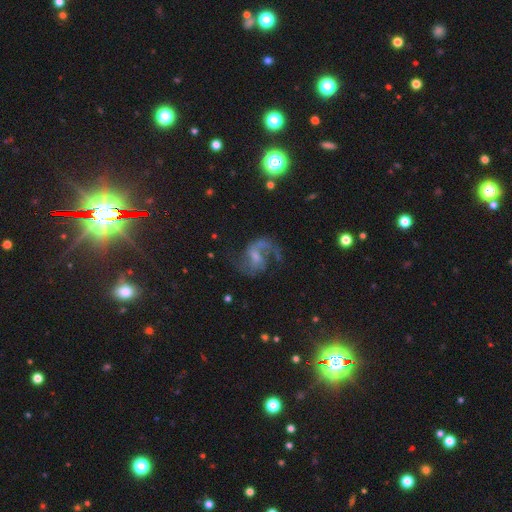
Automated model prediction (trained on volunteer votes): Morphology: type=featured or disk (82%); edge-on=no (98%); bar=weak (51%); spiral arms=yes (95%); winding=loose (49%); arm count=2 (80%); bulge=small (48%); merging=none (60%).